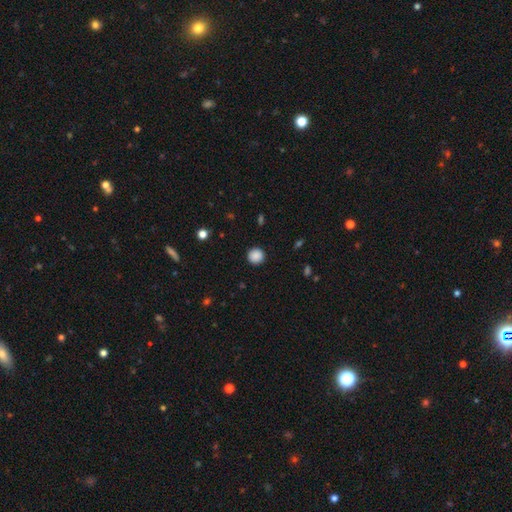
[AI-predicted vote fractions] A smooth galaxy with no disk features (88%) that is round (95%). Merging: none (92%).